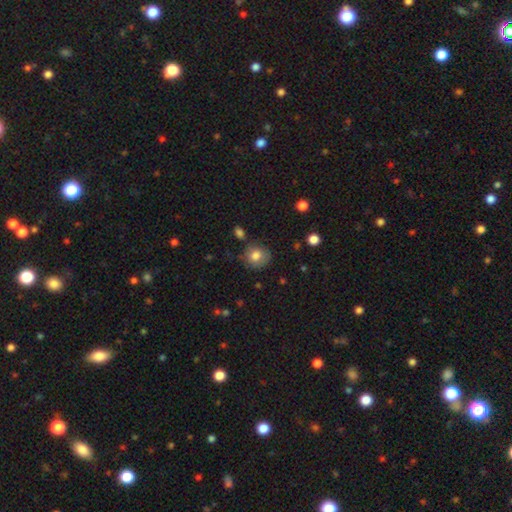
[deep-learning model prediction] Smooth or featured? Predicted: smooth (p=0.80). How rounded? Predicted: round (p=0.83). Merging? Predicted: none (p=0.74).